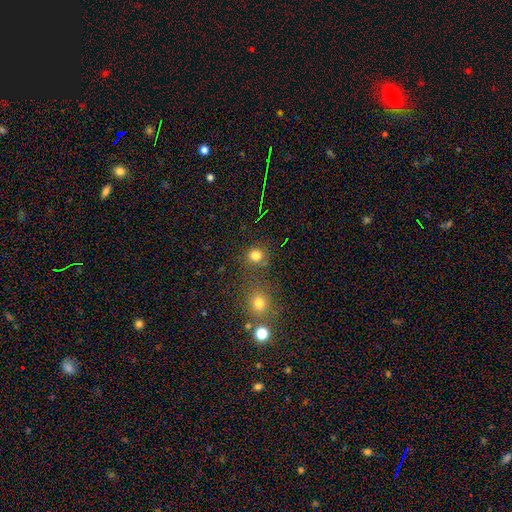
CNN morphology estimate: A smooth galaxy with no disk features (77%) that is round (87%). Merging: none (75%).